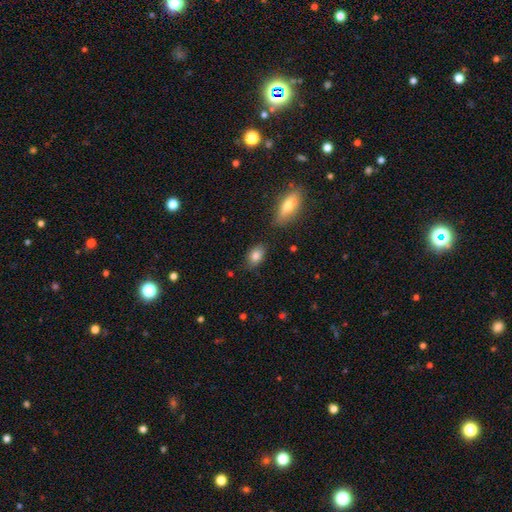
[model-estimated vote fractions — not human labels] Smooth or featured?
  - smooth: 82% *
  - featured or disk: 9%
  - star or artifact: 8%
How rounded?
  - in between: 85% *
  - round: 13%
  - cigar-shaped: 3%
Merging?
  - none: 79% *
  - minor disturbance: 14%
  - merger: 3%
  - major disturbance: 3%